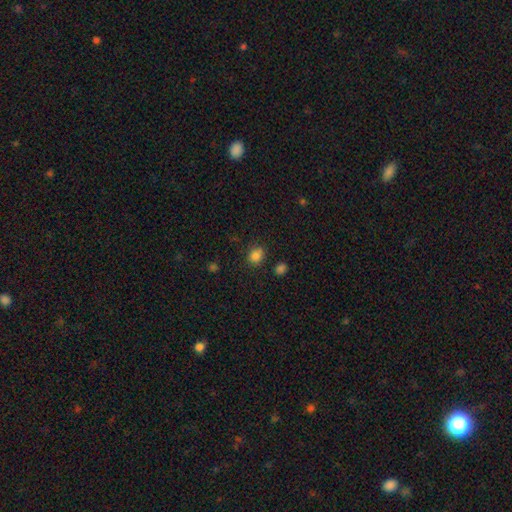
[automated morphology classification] The model was most divided on "how rounded": round: 58%, in between: 41%, cigar-shaped: 1%. More confident: smooth or featured — smooth (81%); merging — none (74%).